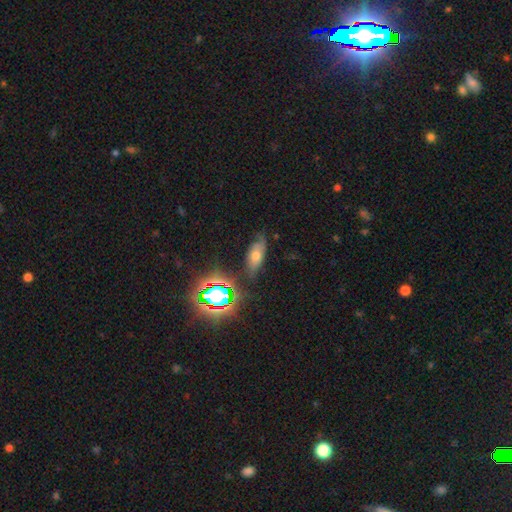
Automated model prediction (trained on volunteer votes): Q: Smooth or featured?
A: smooth (45%); runner-up: featured or disk (28%)
Q: Merging?
A: none (68%); runner-up: minor disturbance (22%)